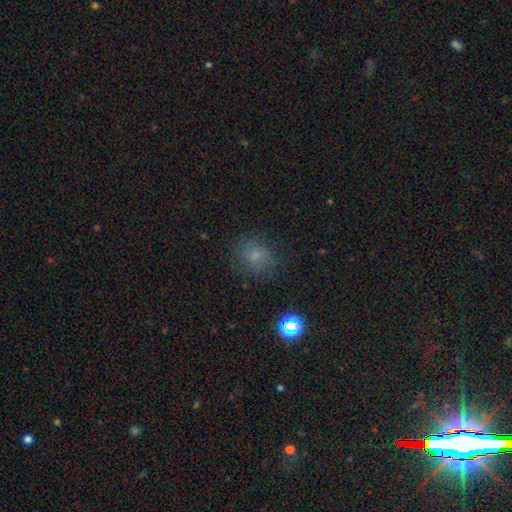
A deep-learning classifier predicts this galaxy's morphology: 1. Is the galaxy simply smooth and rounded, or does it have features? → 72% smooth, 18% star or artifact, 10% featured or disk.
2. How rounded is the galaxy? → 67% round, 32% in between, 1% cigar-shaped.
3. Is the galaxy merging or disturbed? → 76% none, 16% minor disturbance, 6% major disturbance, 2% merger.